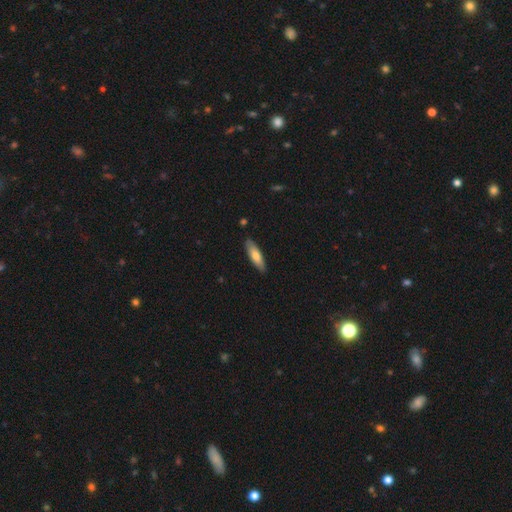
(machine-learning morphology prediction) type=smooth (70%); roundness=cigar-shaped (58%); merging=none (87%).